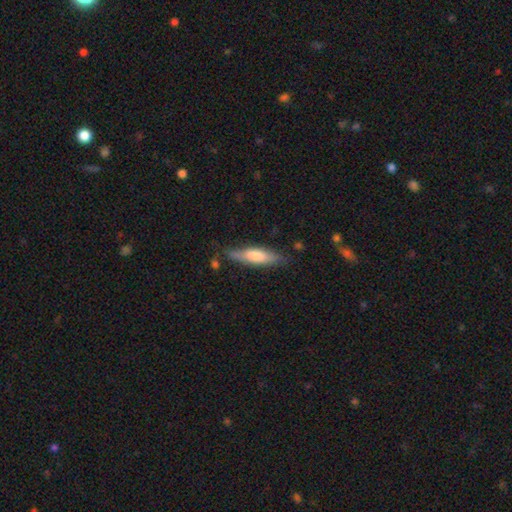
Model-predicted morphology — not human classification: smooth 60%, featured or disk 34%, star or artifact 6%. Down the decision tree: how rounded — cigar-shaped (73%); merging — none (75%).